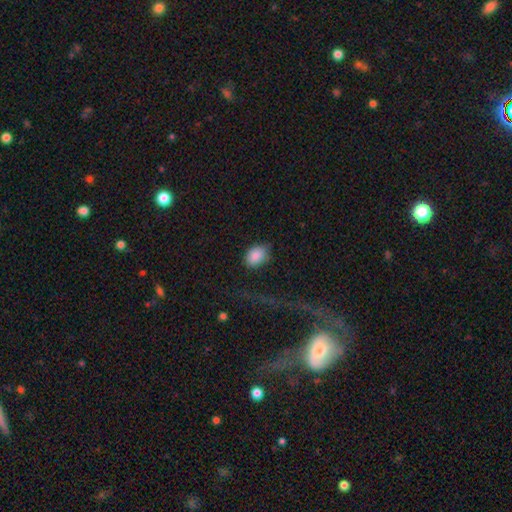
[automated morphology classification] A smooth galaxy with no disk features (87%) that is in between round and cigar-shaped (75%).

Vote fractions:
- Smooth or featured? smooth: 87% / star or artifact: 8% / featured or disk: 5%
- How rounded? in between: 75% / round: 23% / cigar-shaped: 1%
- Merging? none: 69% / minor disturbance: 20% / major disturbance: 8% / merger: 2%